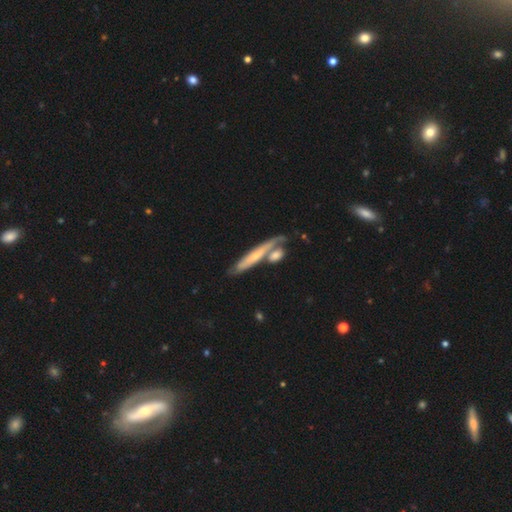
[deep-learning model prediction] Smooth or featured? featured or disk (55%)
Edge-on disk? yes (72%)
Merging? none (50%)